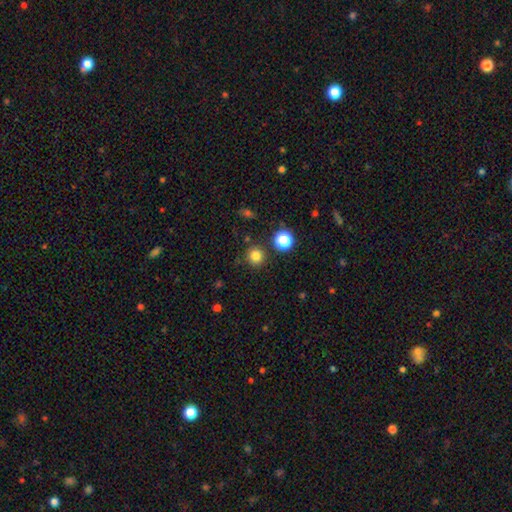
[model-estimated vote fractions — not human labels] Smooth or featured? Predicted: smooth (p=0.80). How rounded? Predicted: round (p=0.93). Merging? Predicted: none (p=0.87).